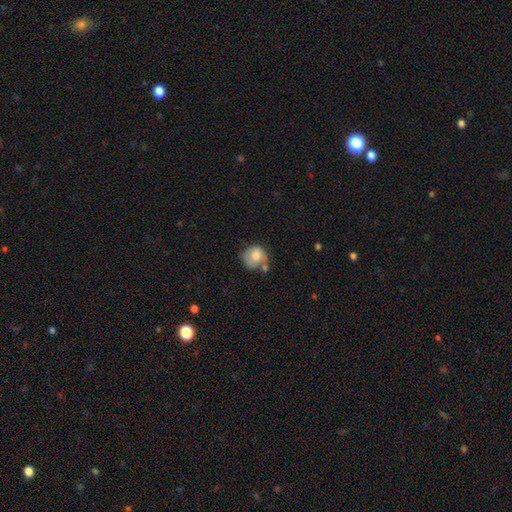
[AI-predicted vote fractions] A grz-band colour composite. It shows a smooth galaxy with no disk features (73%) that is round (79%). Merging: none (41%).